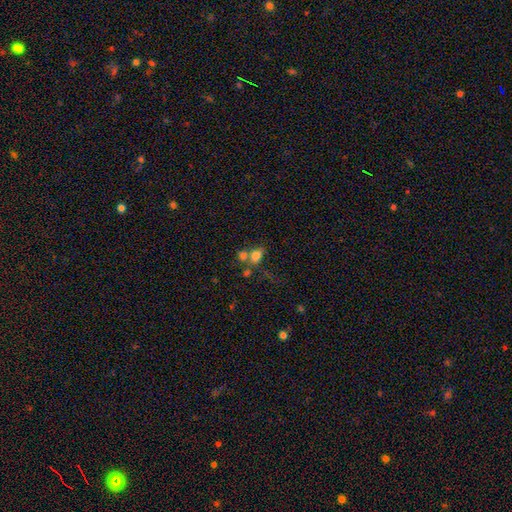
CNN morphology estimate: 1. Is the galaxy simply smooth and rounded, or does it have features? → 76% smooth, 13% star or artifact, 11% featured or disk.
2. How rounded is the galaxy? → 72% in between, 26% round, 3% cigar-shaped.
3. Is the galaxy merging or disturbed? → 43% merger, 36% none, 12% minor disturbance, 9% major disturbance.